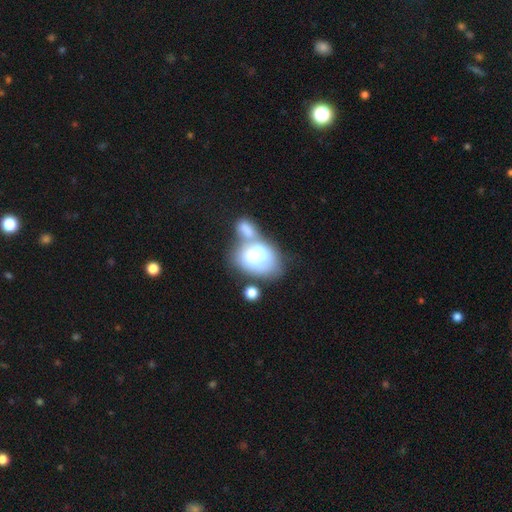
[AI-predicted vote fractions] smooth_or_featured: smooth (p=0.58) [alt: featured or disk p=0.34]
how_rounded: in between (p=0.75) [alt: round p=0.24]
merging: merger (p=0.64) [alt: none p=0.14]